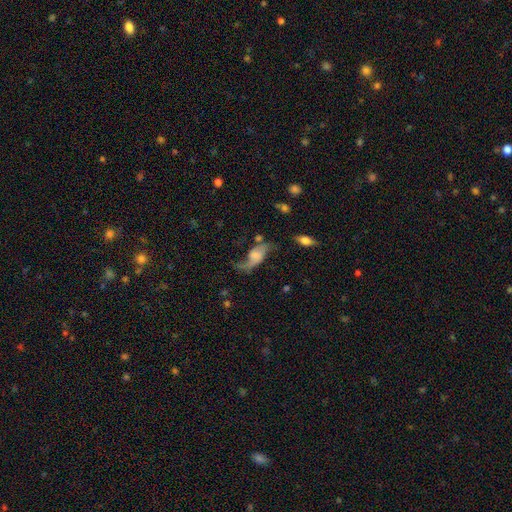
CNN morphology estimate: A featured or disk galaxy (76%) with no bar (55%), 2 (83%) loose (87%) spiral arms (91%) and no central bulge (36%). Merging: none (48%).